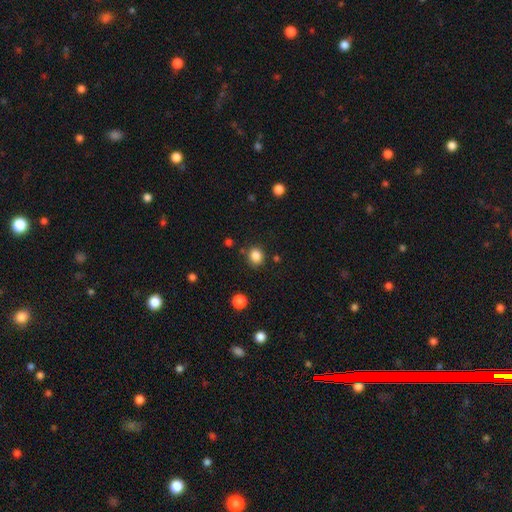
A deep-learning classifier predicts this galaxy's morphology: This is clearly a smooth galaxy (85%). How rounded: likely round (77%). Merging: clearly none (83%).